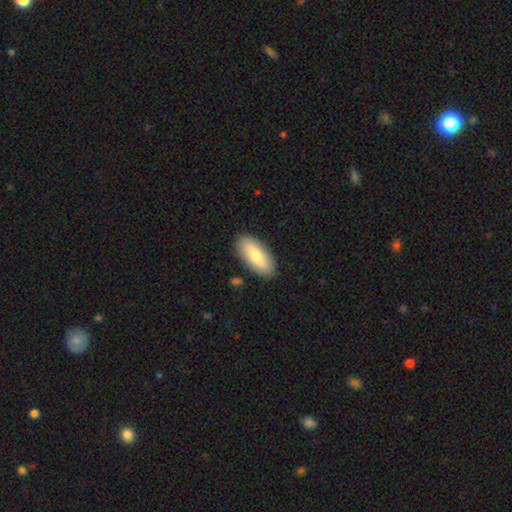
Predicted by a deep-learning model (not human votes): This is likely a smooth galaxy (76%). How rounded: clearly in between (90%). Merging: clearly none (87%).